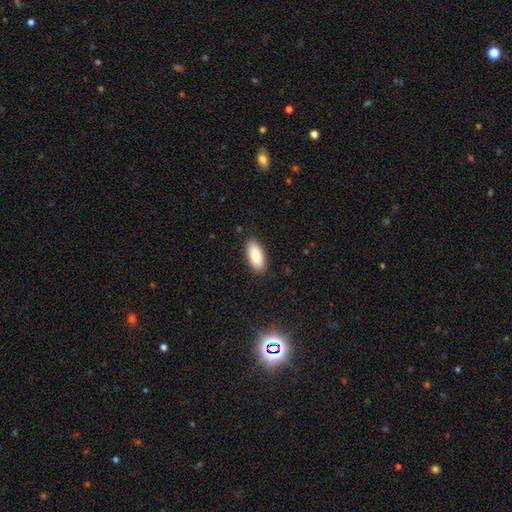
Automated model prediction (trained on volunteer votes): Smooth or featured? smooth (85%)
How rounded? in between (87%)
Merging? none (88%)